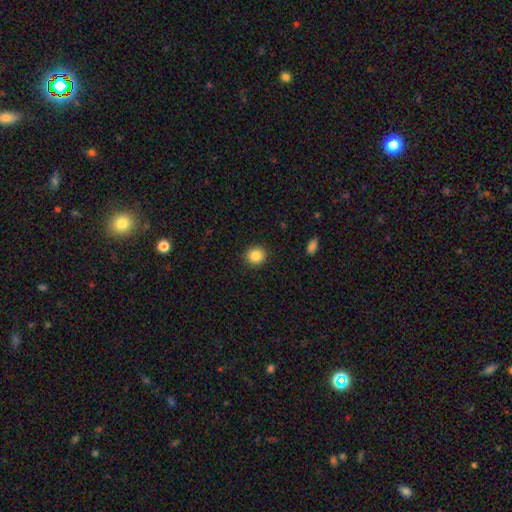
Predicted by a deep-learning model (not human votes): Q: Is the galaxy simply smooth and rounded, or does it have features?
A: smooth — 86%.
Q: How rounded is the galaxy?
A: round — 89%.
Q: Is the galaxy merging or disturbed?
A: none — 91%.